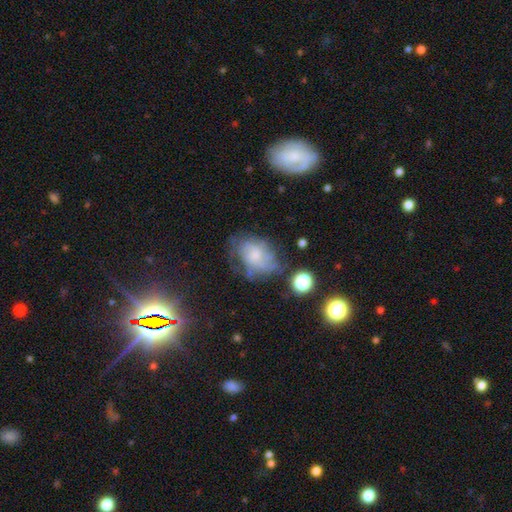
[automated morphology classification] smooth_or_featured: featured or disk (p=0.46) [alt: smooth p=0.41]
merging: none (p=0.43) [alt: minor disturbance p=0.28]